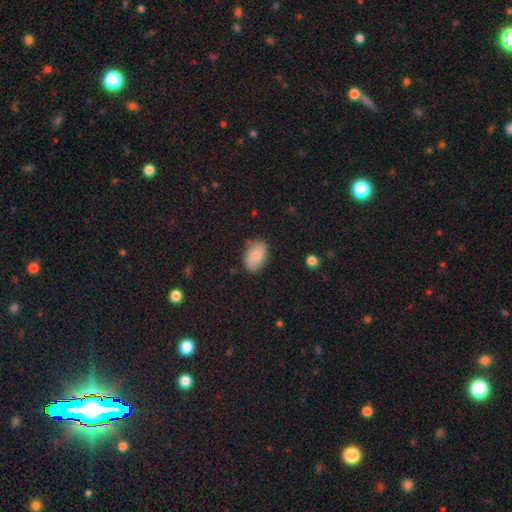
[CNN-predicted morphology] Smooth or featured? Predicted: smooth (p=0.79). How rounded? Predicted: in between (p=0.90). Merging? Predicted: none (p=0.81).